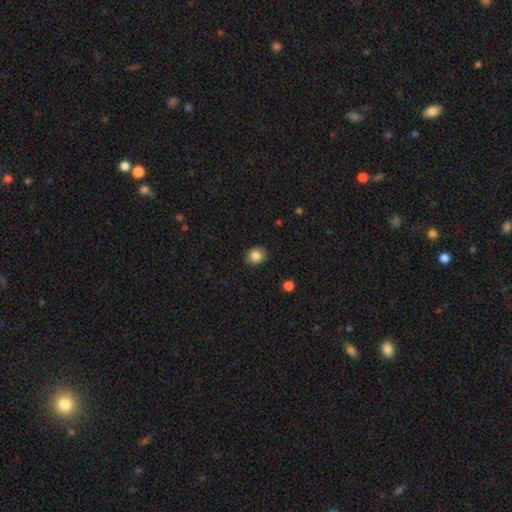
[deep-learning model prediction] The model was most divided on "how rounded": round: 60%, in between: 40%, cigar-shaped: 1%. More confident: merging — none (88%); smooth or featured — smooth (85%).